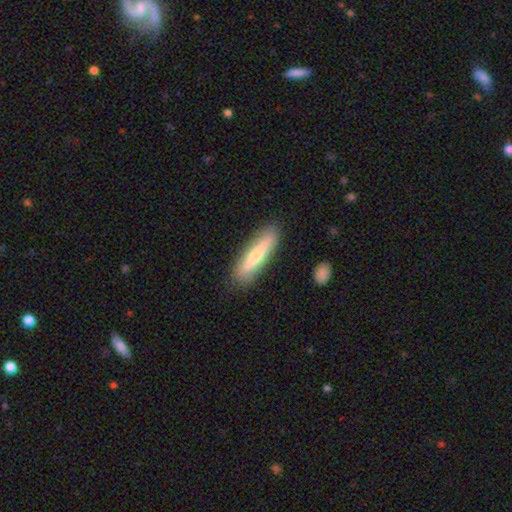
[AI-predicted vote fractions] smooth 55%, featured or disk 38%, star or artifact 7%. Down the decision tree: how rounded — cigar-shaped (80%); merging — none (87%).